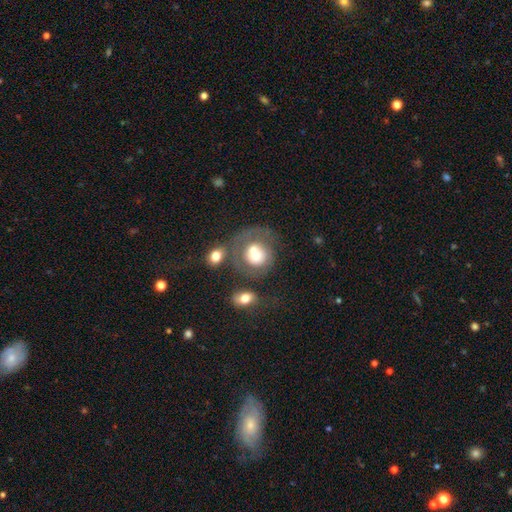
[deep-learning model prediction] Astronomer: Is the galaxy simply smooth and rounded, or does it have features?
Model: smooth — 53% (runner-up: featured or disk, 38%).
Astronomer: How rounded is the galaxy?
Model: round — 79%.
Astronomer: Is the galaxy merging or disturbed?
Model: merger — 42% (runner-up: none, 29%).